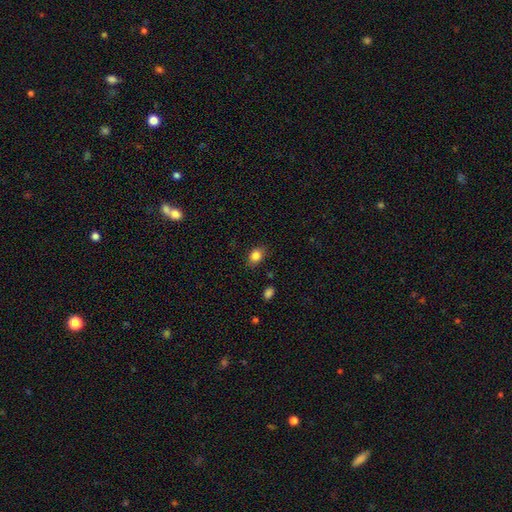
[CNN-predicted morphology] type=smooth (84%); roundness=in between (69%); merging=none (84%).